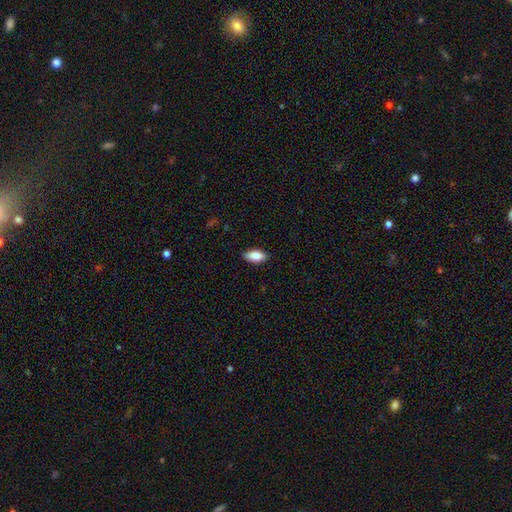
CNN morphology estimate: smooth_or_featured: smooth (p=0.86) [alt: featured or disk p=0.08]
how_rounded: in between (p=0.90) [alt: cigar-shaped p=0.07]
merging: none (p=0.87) [alt: minor disturbance p=0.10]